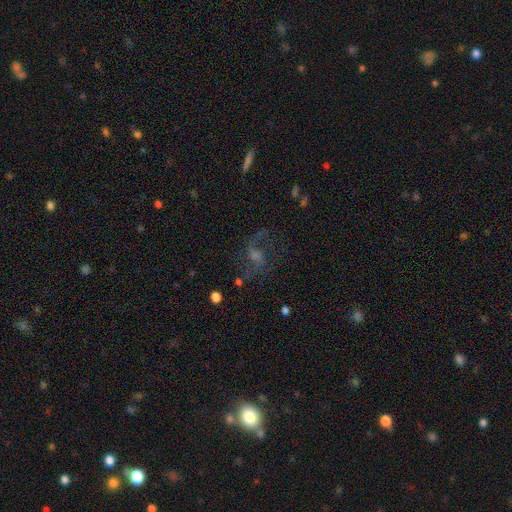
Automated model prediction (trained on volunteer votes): This appears to be a featured or disk galaxy (64%) with a weak bar (46%), 2 (82%) loose (51%) spiral arms (90%) and a moderate central bulge (39%). Merging: none (70%).